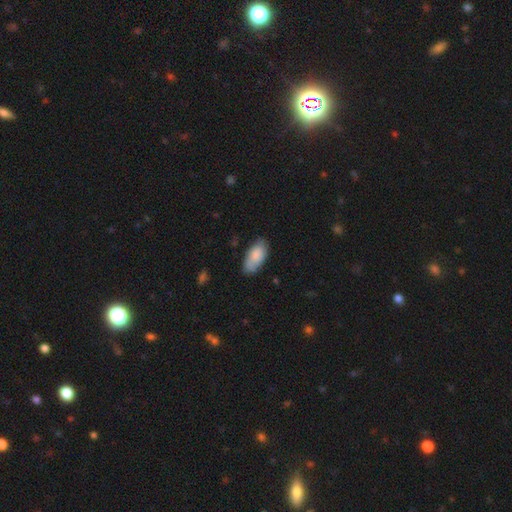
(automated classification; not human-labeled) Overall: smooth (81%). How rounded: in between (92%). Merging: none (72%).